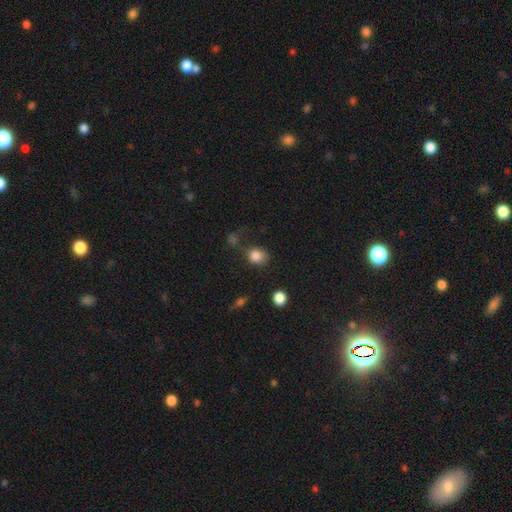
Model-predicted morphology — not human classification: A smooth galaxy with no disk features (84%) that is round (61%). Merging: none (54%).